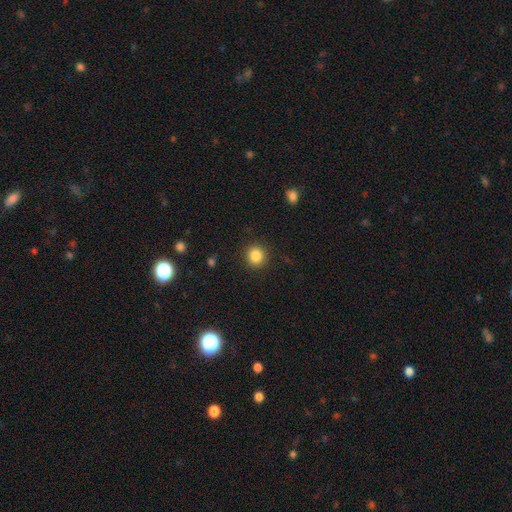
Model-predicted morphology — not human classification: Overall: smooth (85%). How rounded: round (89%). Merging: none (90%).